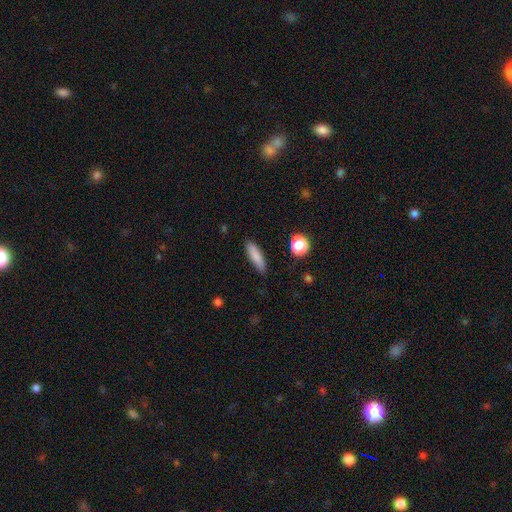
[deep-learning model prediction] A smooth galaxy with no disk features (84%) that is cigar-shaped (63%). Merging: none (85%).